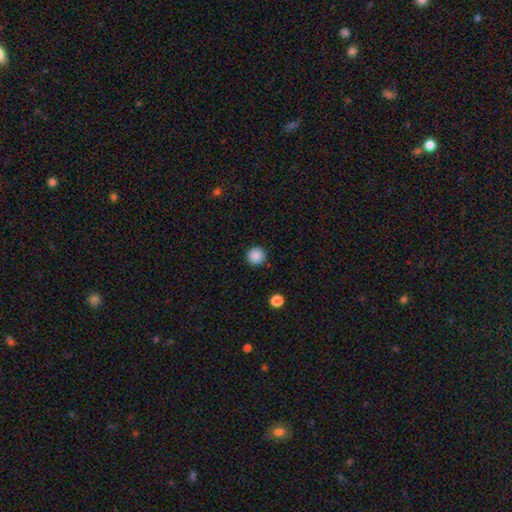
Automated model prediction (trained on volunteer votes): smooth_or_featured: smooth (p=0.87) [alt: star or artifact p=0.10]
how_rounded: round (p=0.95) [alt: in between p=0.04]
merging: none (p=0.91) [alt: minor disturbance p=0.06]